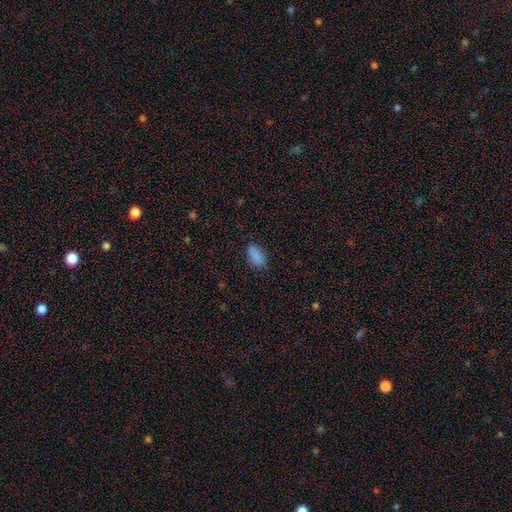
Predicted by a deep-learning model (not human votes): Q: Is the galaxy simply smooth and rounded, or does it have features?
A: smooth — 85%.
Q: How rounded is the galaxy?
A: in between — 92%.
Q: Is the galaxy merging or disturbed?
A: none — 80%.